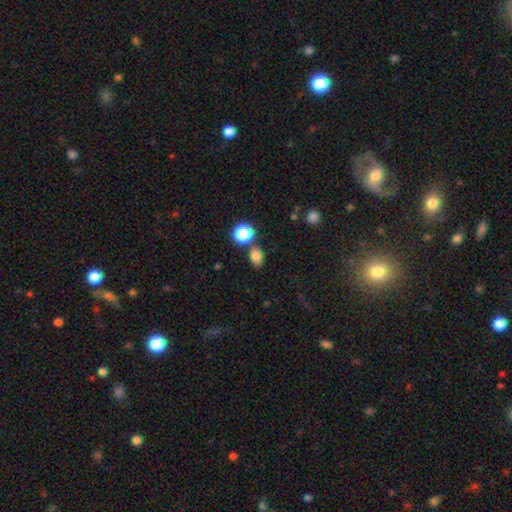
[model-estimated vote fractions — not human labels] Q: Smooth or featured?
A: smooth (79%); runner-up: star or artifact (16%)
Q: How rounded?
A: in between (63%); runner-up: round (36%)
Q: Merging?
A: none (75%); runner-up: minor disturbance (12%)